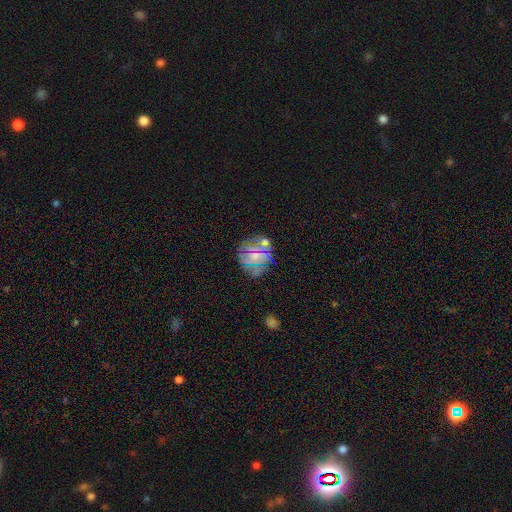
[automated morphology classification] A smooth galaxy with no disk features (43%). Merging: none (72%).